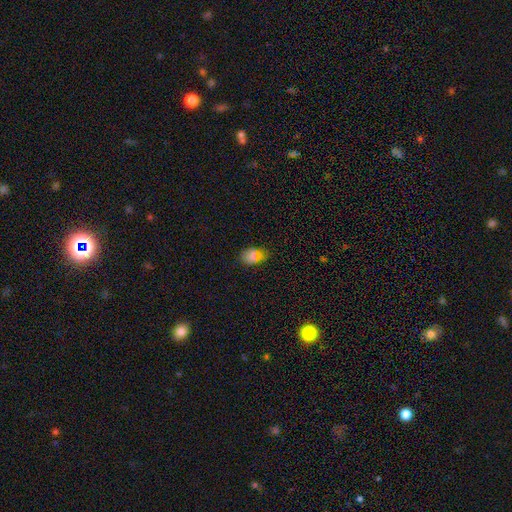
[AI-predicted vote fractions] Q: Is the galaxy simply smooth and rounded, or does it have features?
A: smooth — 70%.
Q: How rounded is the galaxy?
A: in between — 87%.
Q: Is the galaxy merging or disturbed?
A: none — 82%.